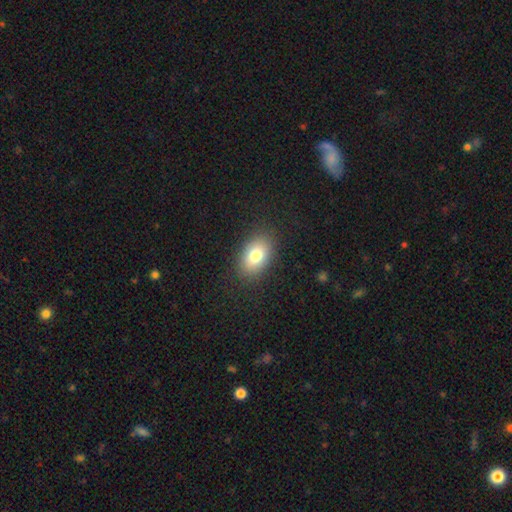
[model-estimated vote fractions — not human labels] A smooth galaxy with no disk features (78%) that is in between round and cigar-shaped (85%).

Vote fractions:
- Smooth or featured? smooth: 78% / featured or disk: 12% / star or artifact: 10%
- How rounded? in between: 85% / round: 13% / cigar-shaped: 1%
- Merging? none: 86% / minor disturbance: 9% / major disturbance: 3% / merger: 1%